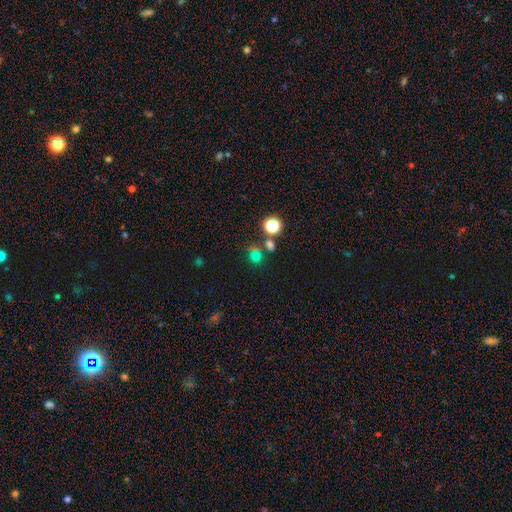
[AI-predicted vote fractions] This is likely a smooth galaxy (65%). How rounded: clearly round (84%). Merging: likely none (64%).